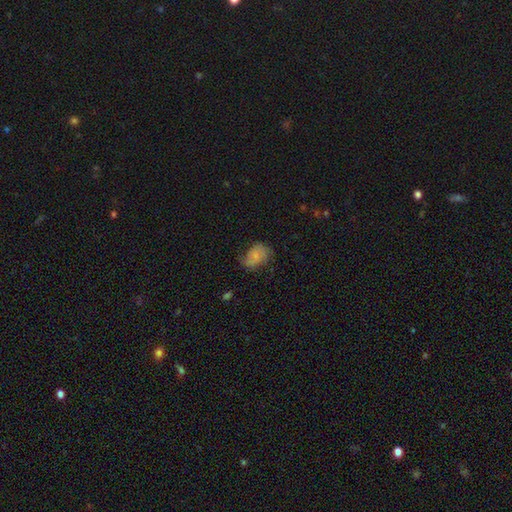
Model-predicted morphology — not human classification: The model was most divided on "merging": none: 53%, minor disturbance: 31%, major disturbance: 15%, merger: 2%. More confident: how rounded — in between (74%); smooth or featured — smooth (59%).